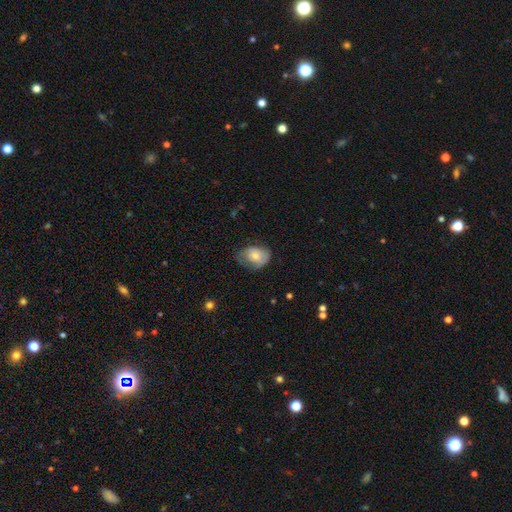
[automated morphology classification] A smooth galaxy with no disk features (68%) that is in between round and cigar-shaped (73%). Merging: none (45%).